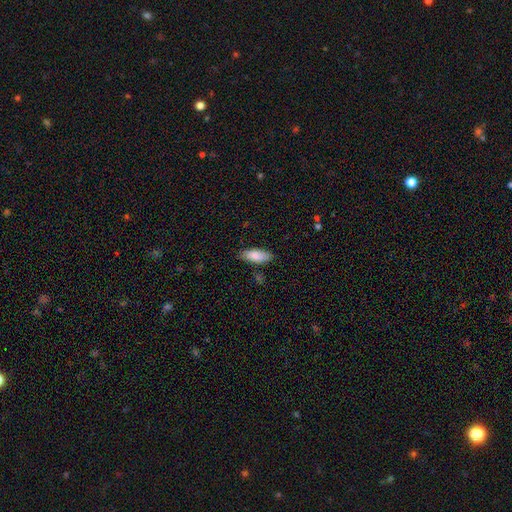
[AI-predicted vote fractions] smooth 87%, featured or disk 7%, star or artifact 6%. Down the decision tree: how rounded — in between (78%); merging — none (81%).